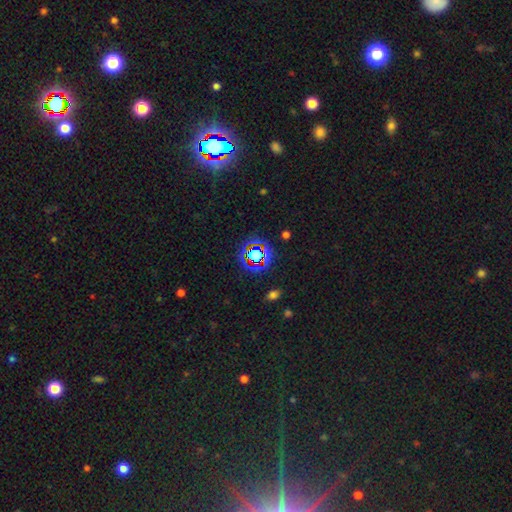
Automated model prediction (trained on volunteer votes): smooth_or_featured: star or artifact (p=0.64) [alt: smooth p=0.24]